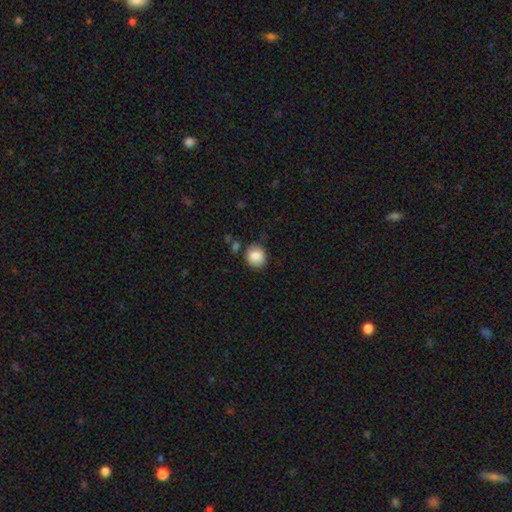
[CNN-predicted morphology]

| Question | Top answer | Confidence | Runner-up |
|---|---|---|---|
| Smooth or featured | smooth | 86% | star or artifact (8%) |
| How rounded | round | 79% | in between (20%) |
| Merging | none | 78% | minor disturbance (15%) |